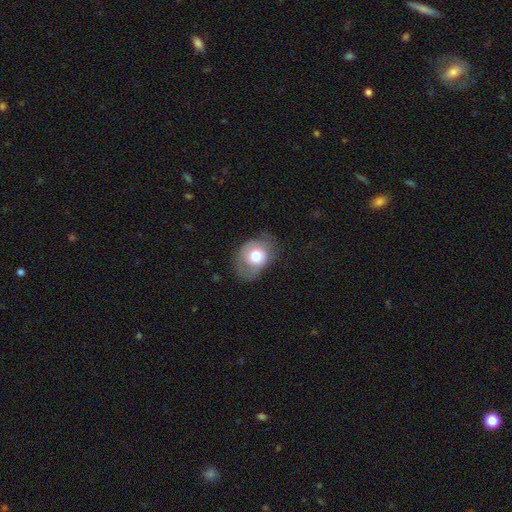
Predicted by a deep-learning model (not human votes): This is likely a smooth galaxy (64%). How rounded: possibly in between (60%). Merging: possibly none (55%).